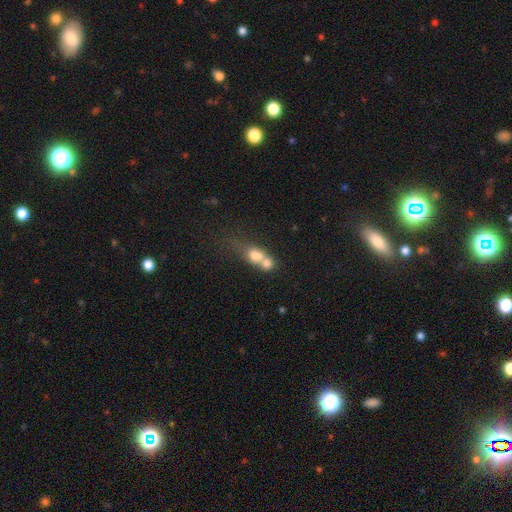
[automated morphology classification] A smooth galaxy with no disk features (64%) that is round (46%).

Vote fractions:
- Smooth or featured? smooth: 64% / featured or disk: 25% / star or artifact: 11%
- How rounded? round: 46% / in between: 44% / cigar-shaped: 9%
- Merging? merger: 71% / none: 16% / minor disturbance: 7% / major disturbance: 6%